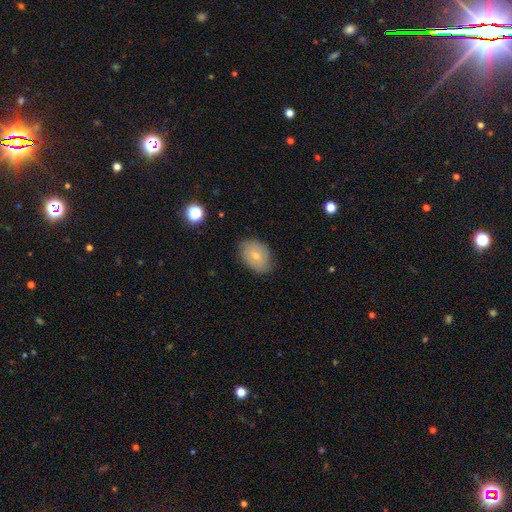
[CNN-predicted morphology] Smooth or featured: smooth — 60% (featured or disk — 32%)
How rounded: in between — 78% (round — 21%)
Merging: none — 80% (minor disturbance — 16%)